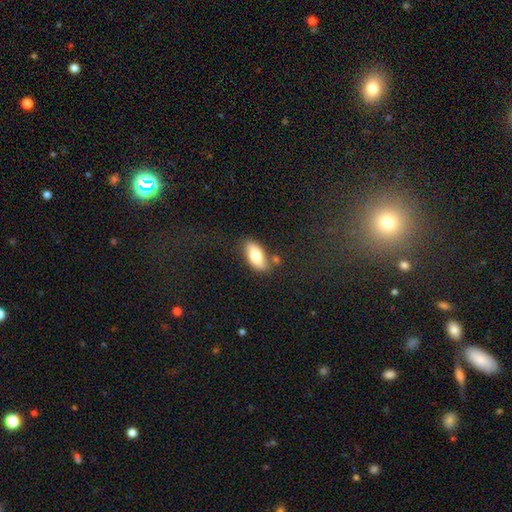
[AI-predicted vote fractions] This appears to be a smooth galaxy with no disk features (76%) that is in between round and cigar-shaped (88%). Merging: none (75%).